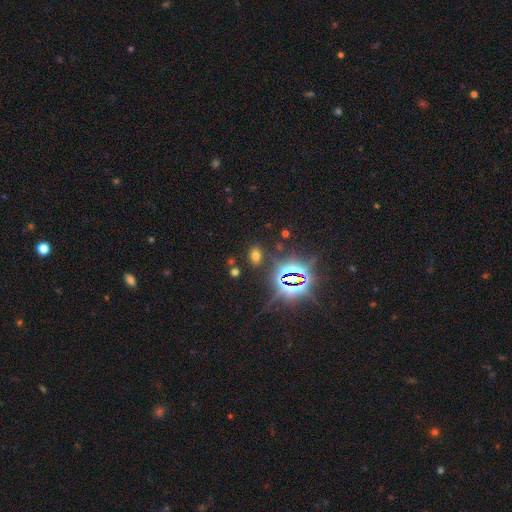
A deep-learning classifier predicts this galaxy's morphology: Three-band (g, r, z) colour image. It shows a smooth galaxy with no disk features (49%). Merging: none (82%).